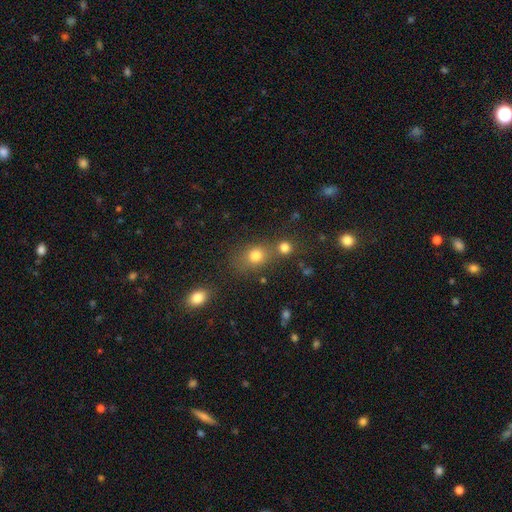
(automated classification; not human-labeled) Smooth or featured?
  - smooth: 77% *
  - star or artifact: 14%
  - featured or disk: 8%
How rounded?
  - round: 58% *
  - in between: 40%
  - cigar-shaped: 2%
Merging?
  - none: 55% *
  - merger: 27%
  - minor disturbance: 12%
  - major disturbance: 6%